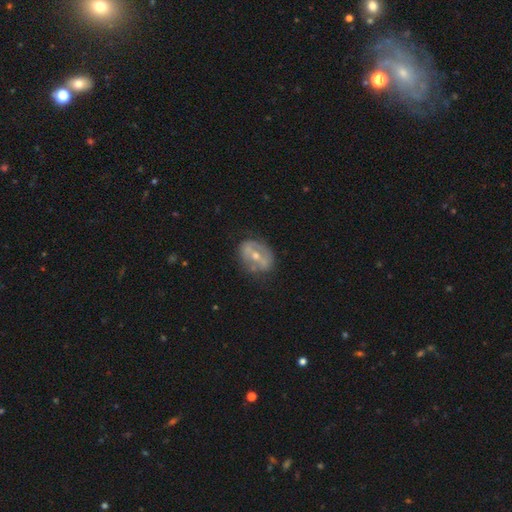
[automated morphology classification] A featured or disk galaxy (68%) with a strong bar (42%), no spiral arms (62%) and a moderate central bulge (56%). Merging: none (66%).